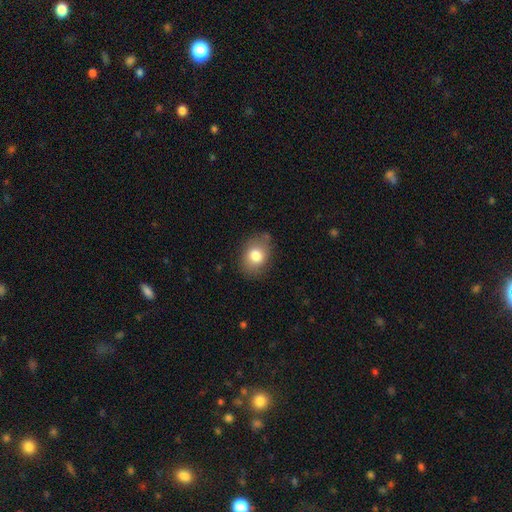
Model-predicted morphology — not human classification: Smooth or featured? smooth (80%)
How rounded? in between (67%)
Merging? none (76%)